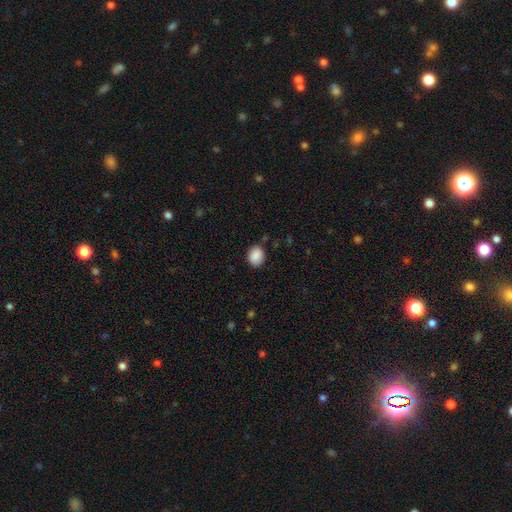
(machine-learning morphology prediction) Smooth or featured: smooth — 89% (star or artifact — 8%)
How rounded: round — 59% (in between — 40%)
Merging: none — 85% (minor disturbance — 11%)